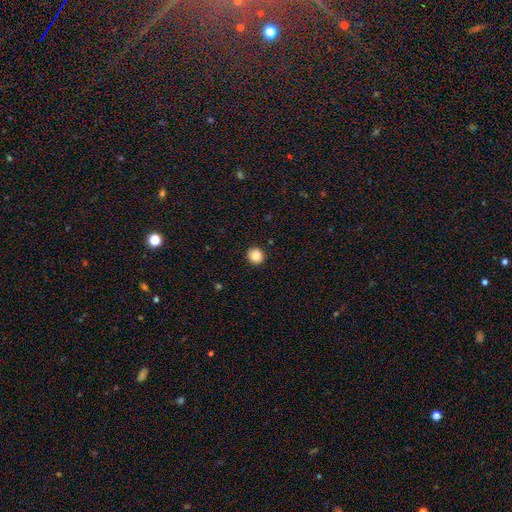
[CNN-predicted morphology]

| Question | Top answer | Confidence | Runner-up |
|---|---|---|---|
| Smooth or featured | smooth | 88% | star or artifact (9%) |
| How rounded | round | 91% | in between (8%) |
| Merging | none | 91% | minor disturbance (6%) |